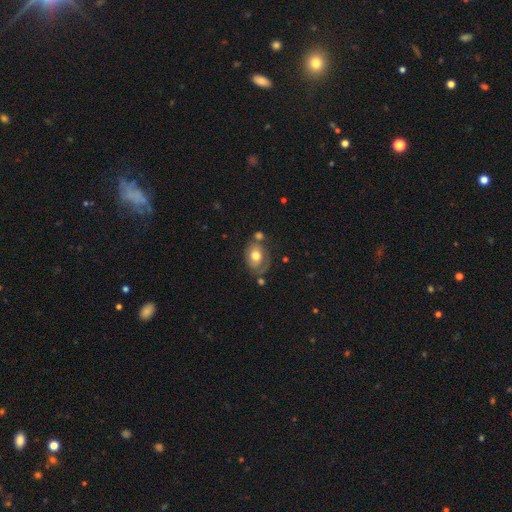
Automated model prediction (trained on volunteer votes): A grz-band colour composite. It shows a smooth galaxy with no disk features (56%) that is in between round and cigar-shaped (67%). Merging: none (51%).